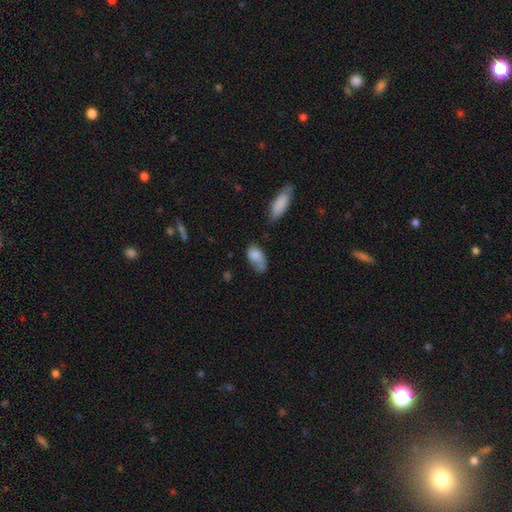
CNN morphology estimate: A smooth galaxy with no disk features (76%) that is in between round and cigar-shaped (91%). Merging: none (40%).